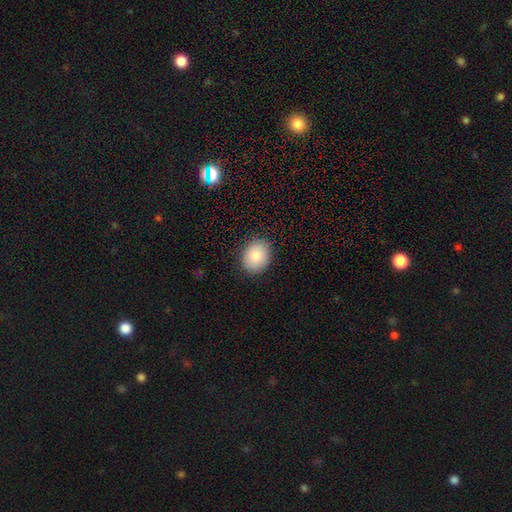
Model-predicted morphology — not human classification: smooth-or-featured: smooth: 83% | featured or disk: 9% | star or artifact: 8%
  how-rounded: round: 54% | in between: 46% | cigar-shaped: 1%
  merging: none: 89% | minor disturbance: 8% | major disturbance: 2% | merger: 1%